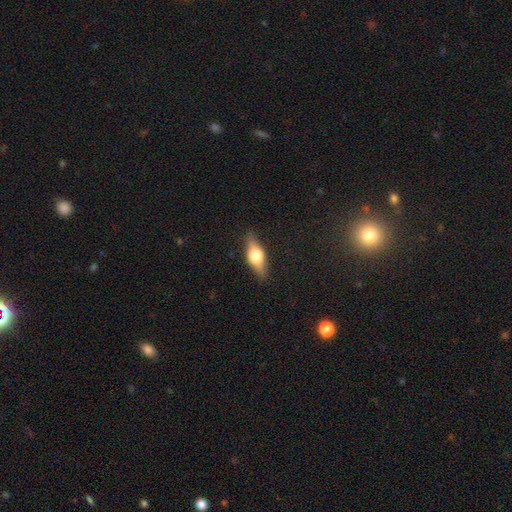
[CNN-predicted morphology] smooth_or_featured: featured or disk (p=0.46) [tied with: smooth p=0.46]
merging: none (p=0.84) [alt: minor disturbance p=0.12]